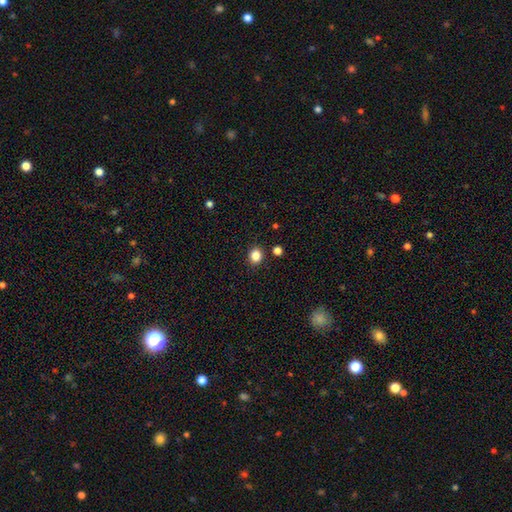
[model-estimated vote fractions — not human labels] Smooth or featured?
  - smooth: 84% *
  - star or artifact: 12%
  - featured or disk: 4%
How rounded?
  - round: 79% *
  - in between: 21%
  - cigar-shaped: 1%
Merging?
  - none: 89% *
  - minor disturbance: 6%
  - merger: 3%
  - major disturbance: 2%